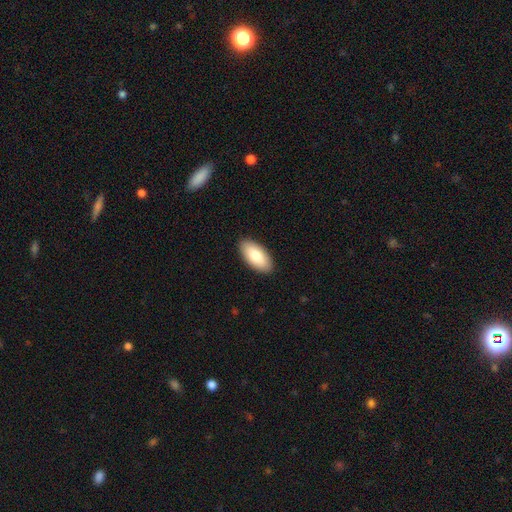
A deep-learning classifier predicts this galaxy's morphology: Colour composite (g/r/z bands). It shows a smooth galaxy with no disk features (82%) that is in between round and cigar-shaped (93%). Merging: none (90%).